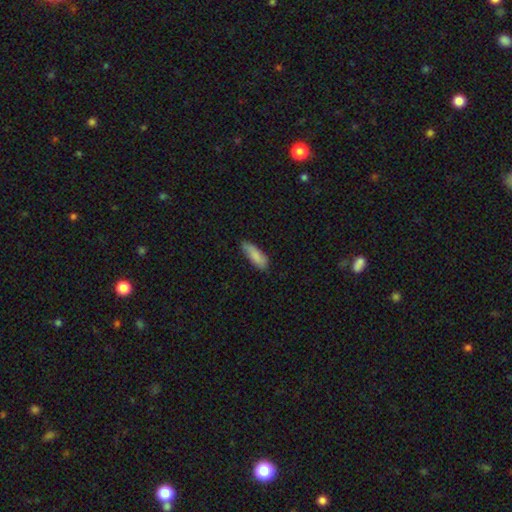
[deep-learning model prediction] This appears to be a smooth galaxy with no disk features (85%) that is in between round and cigar-shaped (59%). Merging: none (72%).